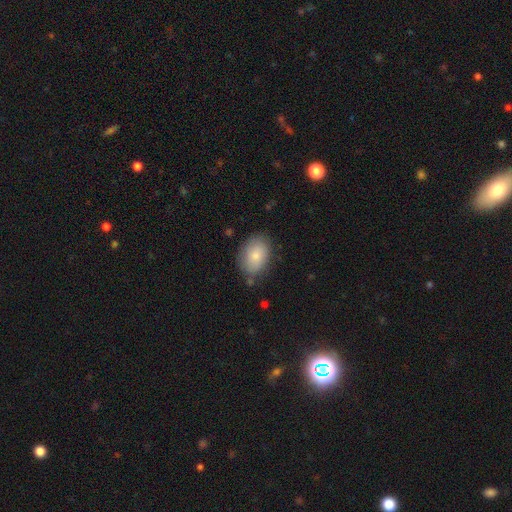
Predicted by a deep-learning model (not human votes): Smooth or featured?
  - smooth: 81% *
  - featured or disk: 12%
  - star or artifact: 7%
How rounded?
  - in between: 81% *
  - round: 17%
  - cigar-shaped: 1%
Merging?
  - none: 78% *
  - minor disturbance: 16%
  - major disturbance: 4%
  - merger: 2%